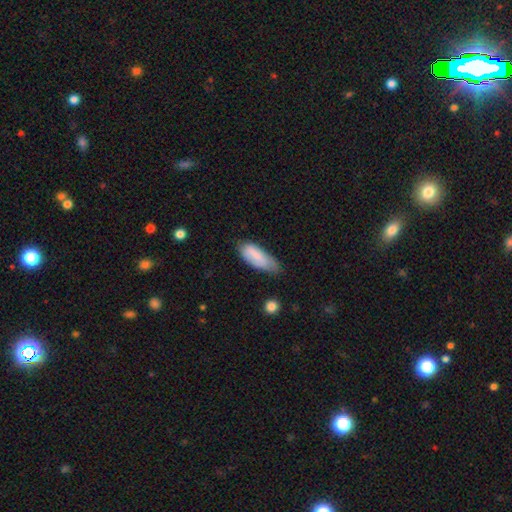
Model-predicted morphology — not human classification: smooth 77%, featured or disk 17%, star or artifact 6%. Down the decision tree: how rounded — in between (75%); merging — none (47%).